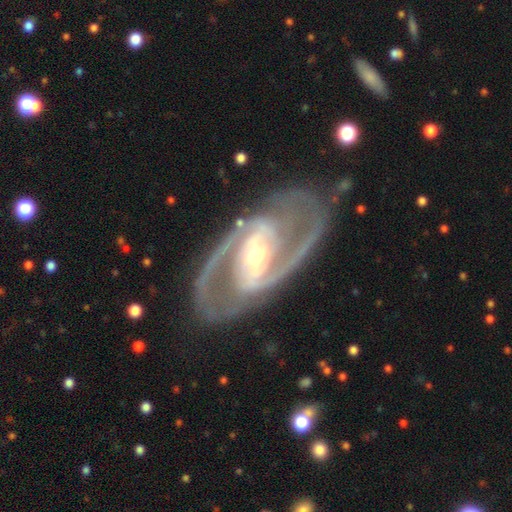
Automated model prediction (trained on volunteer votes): smooth-or-featured: featured or disk: 93% | star or artifact: 4% | smooth: 3%
  disk-edge-on: no: 96% | yes: 4%
    bar: strong: 51% | weak: 32% | no: 17%
    has-spiral-arms: yes: 98% | no: 2%
      spiral-winding: medium: 58% | tight: 31% | loose: 11%
      spiral-arm-count: 2: 90% | 3: 3% | can't tell: 2% | 4: 1% | 1: 1% | more than 4: 1%
    bulge-size: moderate: 50% | small: 44% | large: 4% | none: 1% | dominant: 1%
  merging: none: 80% | minor disturbance: 13% | major disturbance: 6% | merger: 2%